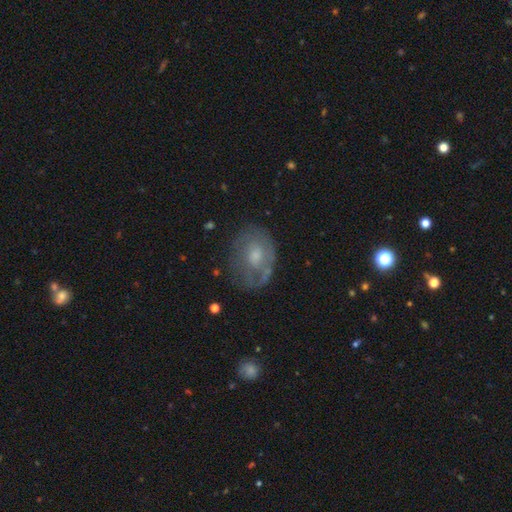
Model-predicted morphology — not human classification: Overall: featured or disk (55%; smooth 35%). Edge-on disk: no (95%). Bar: no (79%). Spiral arms: yes (53%; no 47%). Bulge size: moderate (50%; small 39%). Merging: none (63%).